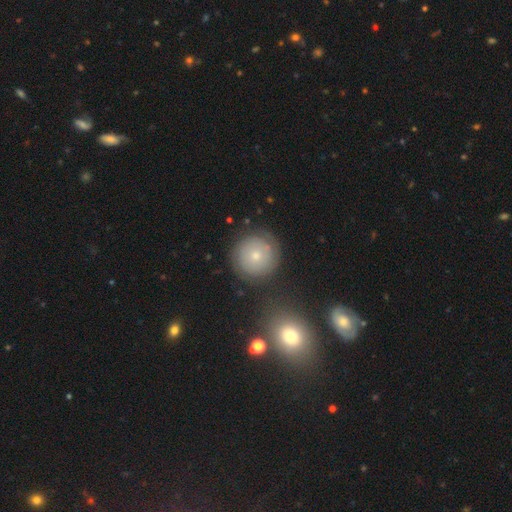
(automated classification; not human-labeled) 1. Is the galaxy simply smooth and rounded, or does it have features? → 62% smooth, 28% featured or disk, 9% star or artifact.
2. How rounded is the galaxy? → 95% round, 4% in between, 1% cigar-shaped.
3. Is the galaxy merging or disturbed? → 81% none, 11% minor disturbance, 4% merger, 4% major disturbance.